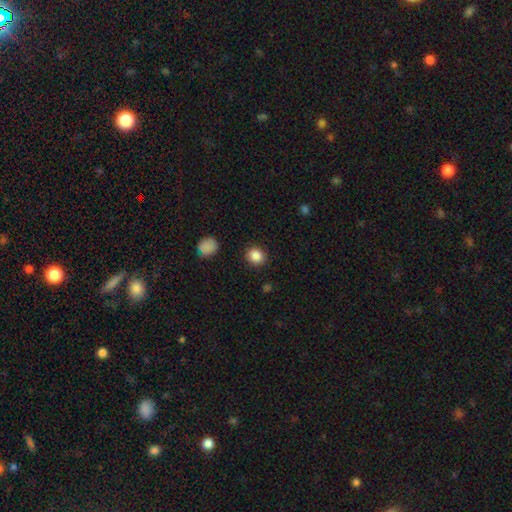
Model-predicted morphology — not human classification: type=smooth (87%); roundness=round (83%); merging=none (89%).